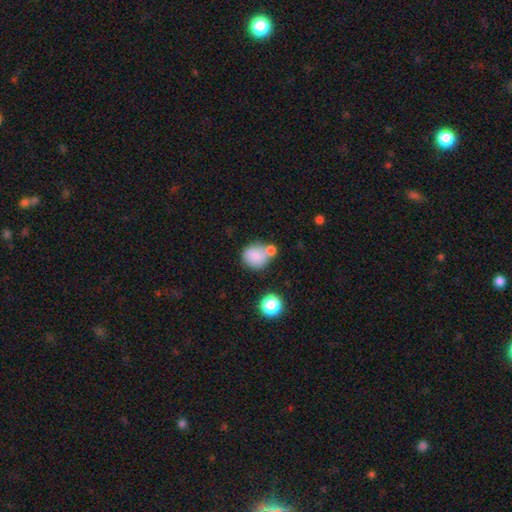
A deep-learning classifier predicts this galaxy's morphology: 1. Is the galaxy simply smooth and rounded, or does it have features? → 80% smooth, 11% featured or disk, 9% star or artifact.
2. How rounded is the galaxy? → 76% round, 23% in between, 1% cigar-shaped.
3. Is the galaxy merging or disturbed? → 46% none, 34% merger, 15% minor disturbance, 5% major disturbance.